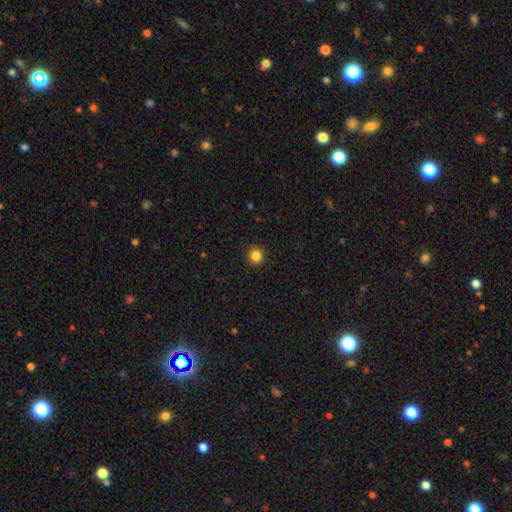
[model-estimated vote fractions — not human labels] A smooth galaxy with no disk features (85%) that is round (93%).

Vote fractions:
- Smooth or featured? smooth: 85% / star or artifact: 12% / featured or disk: 4%
- How rounded? round: 93% / in between: 6% / cigar-shaped: 1%
- Merging? none: 91% / minor disturbance: 6% / major disturbance: 2% / merger: 1%